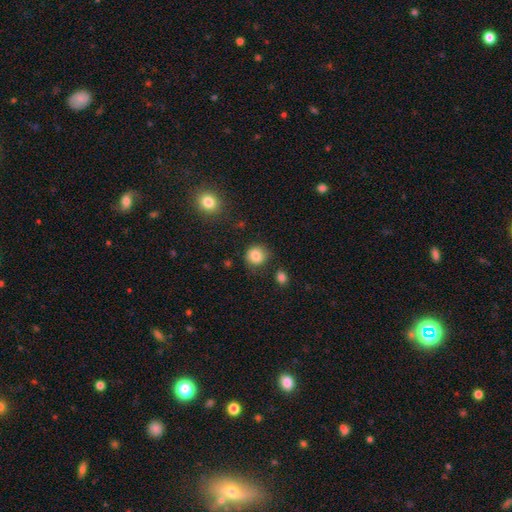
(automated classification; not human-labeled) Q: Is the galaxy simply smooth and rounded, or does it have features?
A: smooth — 84%.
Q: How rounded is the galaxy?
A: round — 86%.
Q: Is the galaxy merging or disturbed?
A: none — 79%.